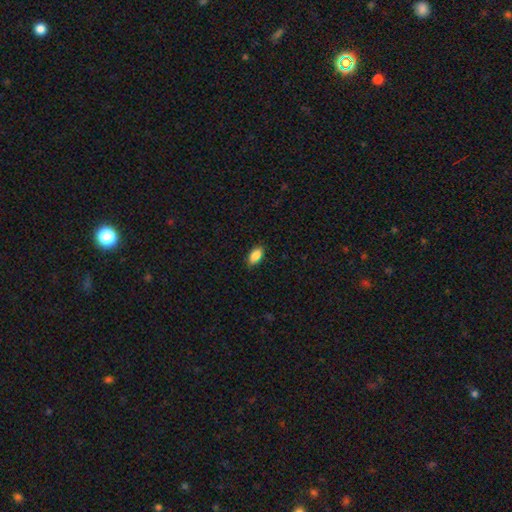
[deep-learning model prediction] Smooth or featured: smooth — 88% (star or artifact — 7%)
How rounded: in between — 91% (cigar-shaped — 5%)
Merging: none — 86% (minor disturbance — 10%)